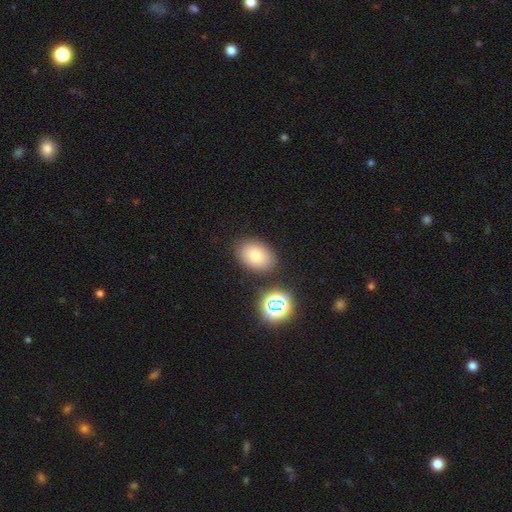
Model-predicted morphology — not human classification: This appears to be a smooth galaxy with no disk features (75%) that is in between round and cigar-shaped (80%). Merging: none (84%).